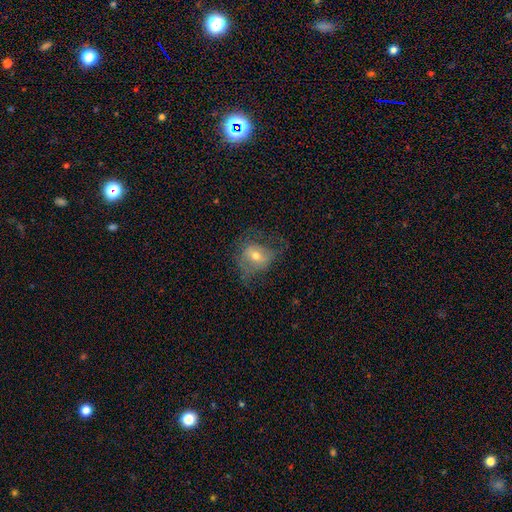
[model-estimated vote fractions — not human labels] The model was most divided on "smooth or featured": smooth: 47%, featured or disk: 43%, star or artifact: 11%. Remaining: merging — none (46%).